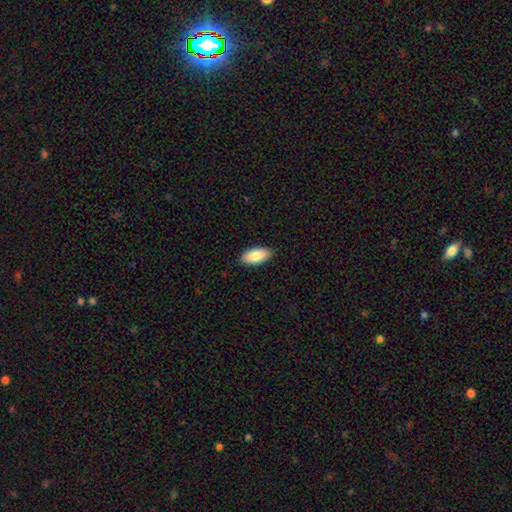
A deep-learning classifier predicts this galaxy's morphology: type=smooth (84%); roundness=in between (91%); merging=none (89%).